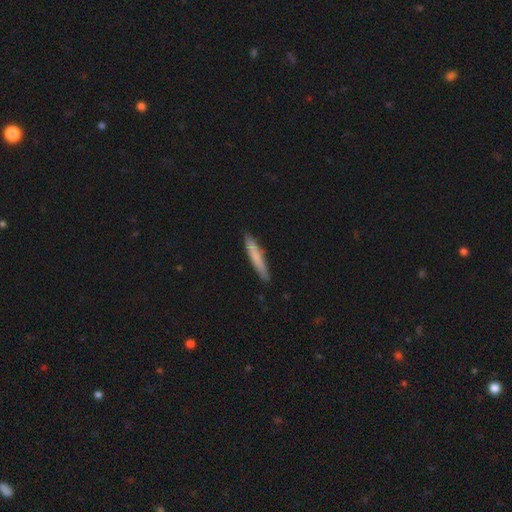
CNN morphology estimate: This appears to be a smooth galaxy with no disk features (73%) that is cigar-shaped (94%). Merging: none (88%).